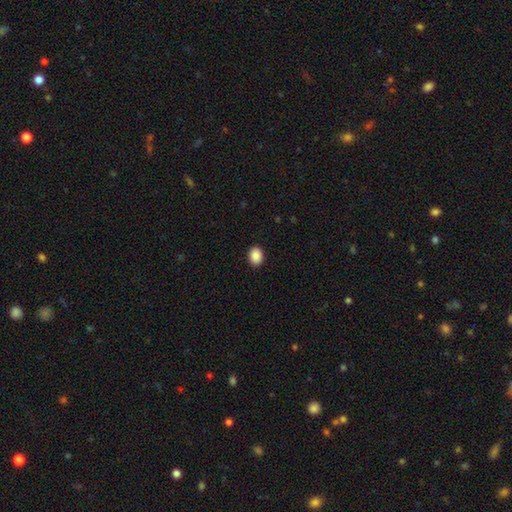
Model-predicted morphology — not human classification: Q: Smooth or featured?
A: smooth (90%); runner-up: star or artifact (8%)
Q: How rounded?
A: in between (66%); runner-up: round (33%)
Q: Merging?
A: none (91%); runner-up: minor disturbance (7%)